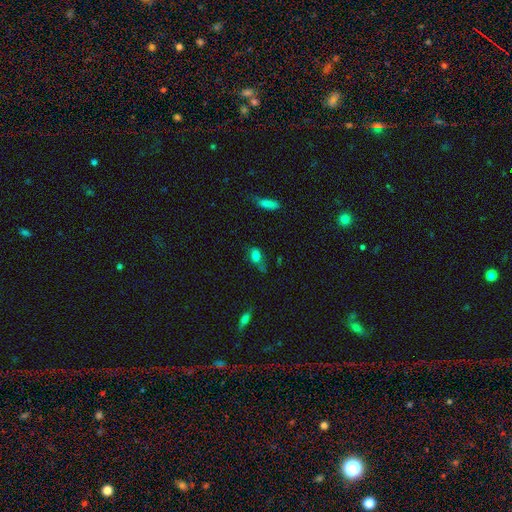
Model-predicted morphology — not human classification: Q: Smooth or featured?
A: smooth (75%); runner-up: featured or disk (13%)
Q: How rounded?
A: in between (75%); runner-up: round (19%)
Q: Merging?
A: none (49%); runner-up: minor disturbance (31%)